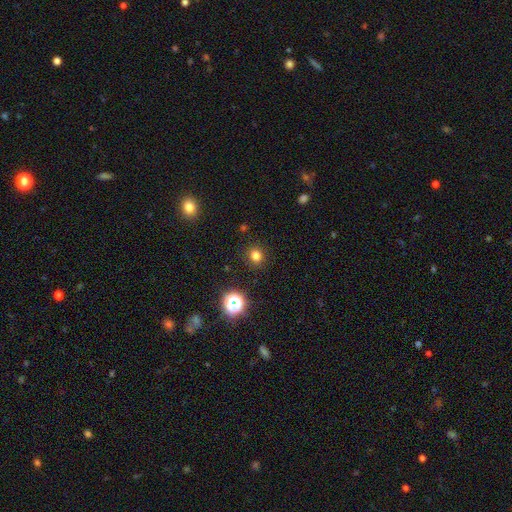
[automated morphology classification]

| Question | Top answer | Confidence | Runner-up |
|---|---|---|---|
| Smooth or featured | smooth | 78% | star or artifact (17%) |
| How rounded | round | 86% | in between (13%) |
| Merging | none | 91% | minor disturbance (6%) |